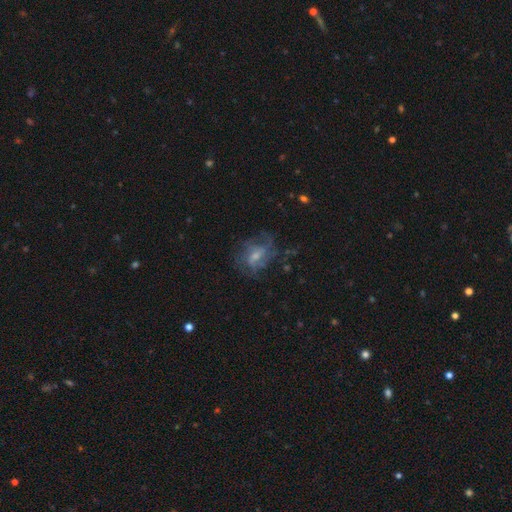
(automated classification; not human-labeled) Q: Smooth or featured?
A: featured or disk (68%); runner-up: smooth (18%)
Q: Edge-on disk?
A: no (96%); runner-up: yes (4%)
Q: Bar?
A: weak (49%); runner-up: no (39%)
Q: Spiral arms?
A: yes (84%); runner-up: no (16%)
Q: Spiral winding?
A: medium (45%); runner-up: tight (32%)
Q: Spiral arm count?
A: can't tell (41%); runner-up: 3 (20%)
Q: Bulge size?
A: small (48%); runner-up: moderate (39%)
Q: Merging?
A: none (63%); runner-up: minor disturbance (19%)